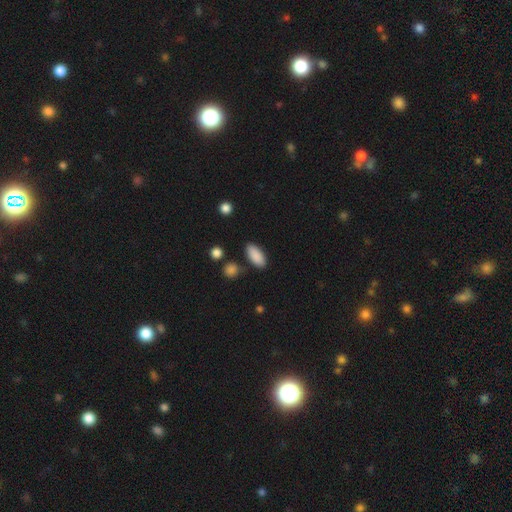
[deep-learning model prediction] Morphology: type=smooth (89%); roundness=in between (88%); merging=none (82%).